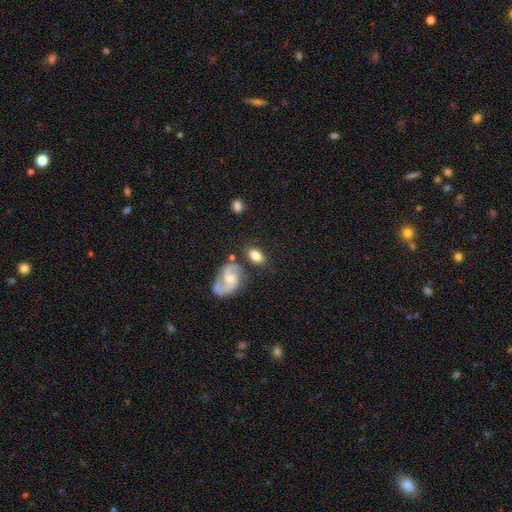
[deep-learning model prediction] A smooth galaxy with no disk features (72%) that is in between round and cigar-shaped (86%). Merging: none (66%).